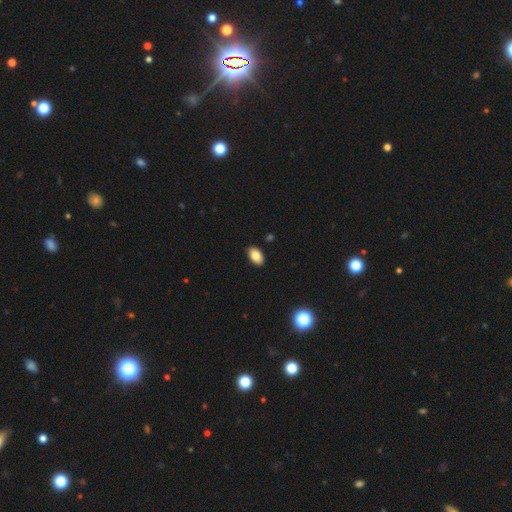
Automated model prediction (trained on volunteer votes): A smooth galaxy with no disk features (83%) that is in between round and cigar-shaped (92%). Merging: none (90%).